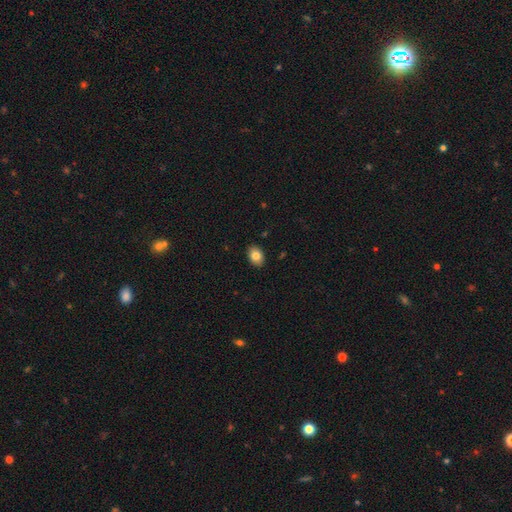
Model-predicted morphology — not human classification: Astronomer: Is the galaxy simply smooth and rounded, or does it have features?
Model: smooth — 83%.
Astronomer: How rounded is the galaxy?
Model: in between — 77%.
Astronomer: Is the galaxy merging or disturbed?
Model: none — 89%.